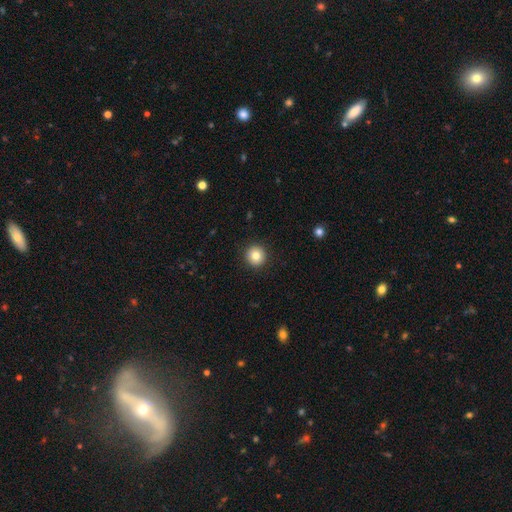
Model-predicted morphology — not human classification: Smooth or featured: smooth — 82% (star or artifact — 10%)
How rounded: round — 95% (in between — 4%)
Merging: none — 92% (minor disturbance — 5%)